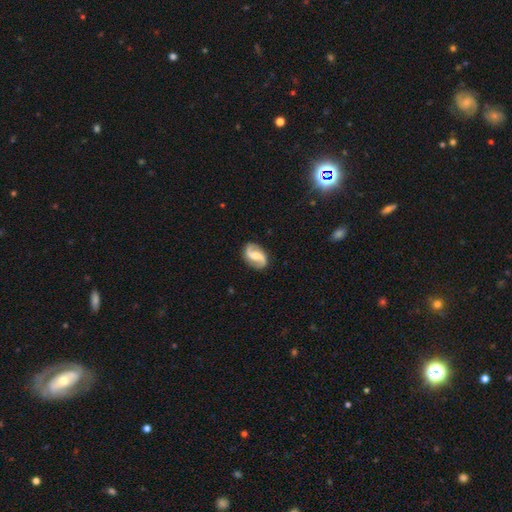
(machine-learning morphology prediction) Smooth or featured?
  - featured or disk: 84% *
  - smooth: 11%
  - star or artifact: 5%
Edge-on disk?
  - no: 98% *
  - yes: 2%
Bar?
  - weak: 46% *
  - no: 30%
  - strong: 24%
Spiral arms?
  - yes: 96% *
  - no: 4%
Spiral winding?
  - loose: 48% *
  - medium: 39%
  - tight: 13%
Spiral arm count?
  - 2: 94% *
  - can't tell: 2%
  - 1: 2%
  - 3: 1%
  - 4: 1%
  - more than 4: 1%
Bulge size?
  - moderate: 41% *
  - small: 25%
  - none: 17%
  - large: 15%
  - dominant: 2%
Merging?
  - none: 85% *
  - minor disturbance: 10%
  - major disturbance: 3%
  - merger: 1%